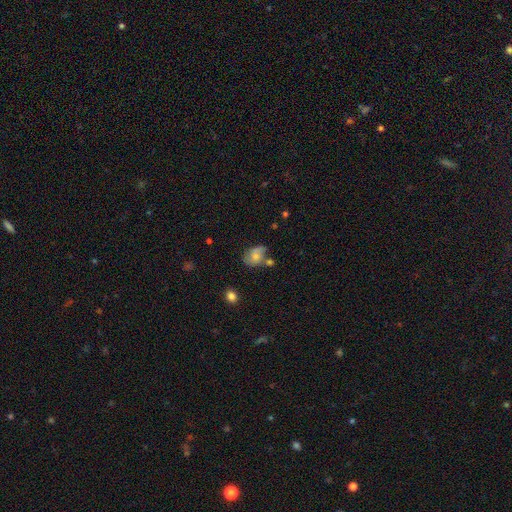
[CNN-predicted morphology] Q: Smooth or featured?
A: smooth (58%); runner-up: featured or disk (32%)
Q: How rounded?
A: in between (66%); runner-up: round (33%)
Q: Merging?
A: none (43%); runner-up: minor disturbance (29%)